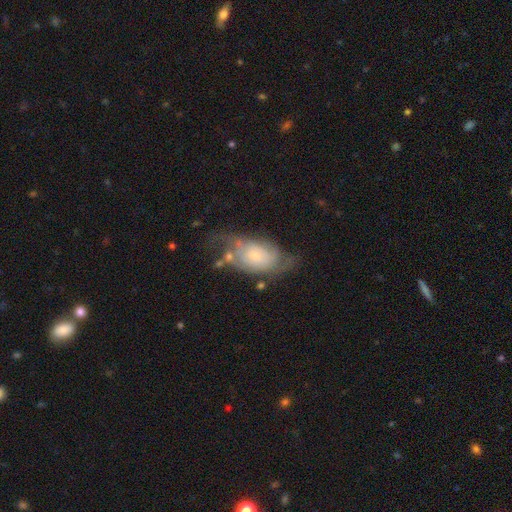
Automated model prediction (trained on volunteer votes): The model was most divided on "merging": none: 39%, major disturbance: 27%, minor disturbance: 27%, merger: 7%. More confident: edge-on disk — no (94%); bar — no (77%); spiral arms — yes (76%); smooth or featured — featured or disk (63%); bulge size — small (57%).